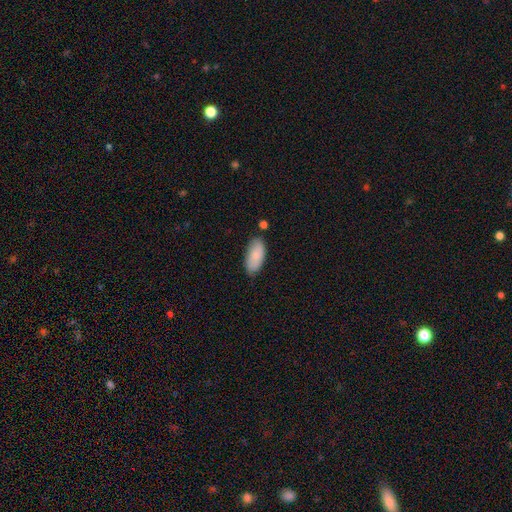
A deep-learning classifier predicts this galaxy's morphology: Smooth or featured? smooth (86%)
How rounded? in between (90%)
Merging? none (78%)